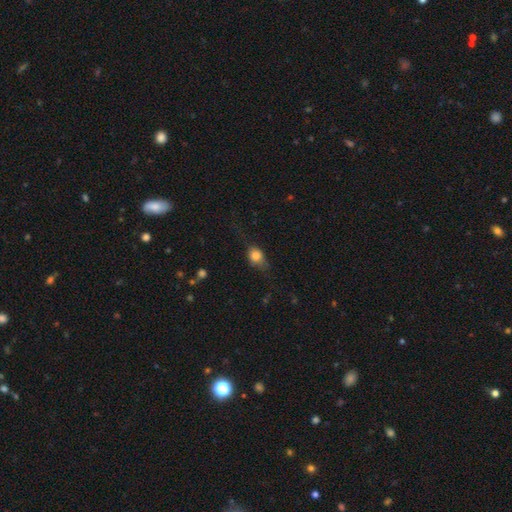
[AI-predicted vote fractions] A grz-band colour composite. It shows a smooth galaxy with no disk features (74%) that is round (51%). Merging: none (56%).